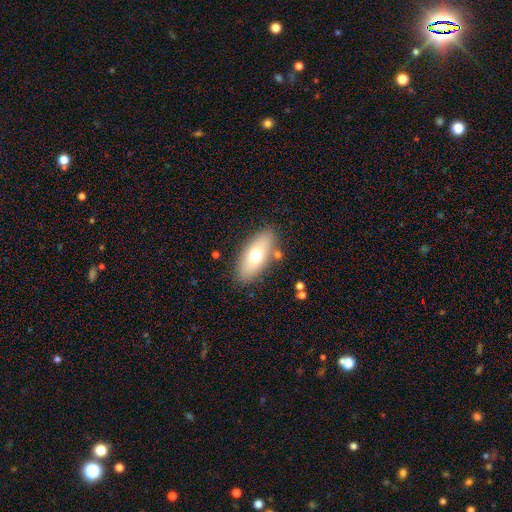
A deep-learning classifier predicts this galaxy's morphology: A smooth galaxy with no disk features (66%) that is in between round and cigar-shaped (84%).

Vote fractions:
- Smooth or featured? smooth: 66% / featured or disk: 26% / star or artifact: 8%
- How rounded? in between: 84% / cigar-shaped: 12% / round: 4%
- Merging? none: 82% / minor disturbance: 11% / merger: 3% / major disturbance: 3%